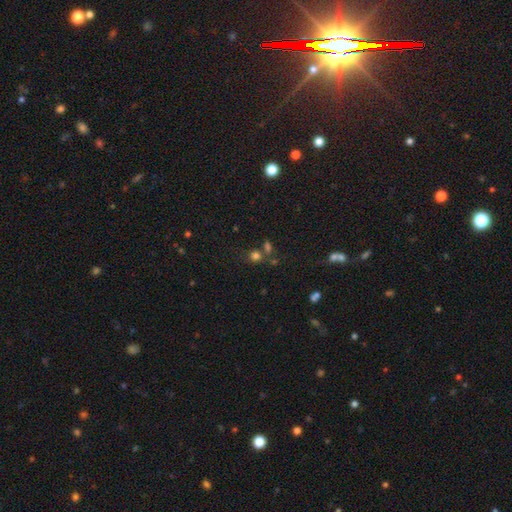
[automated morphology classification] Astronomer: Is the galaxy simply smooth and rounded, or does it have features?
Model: smooth — 71%.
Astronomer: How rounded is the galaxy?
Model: round — 77%.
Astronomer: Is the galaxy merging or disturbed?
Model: none — 60%.